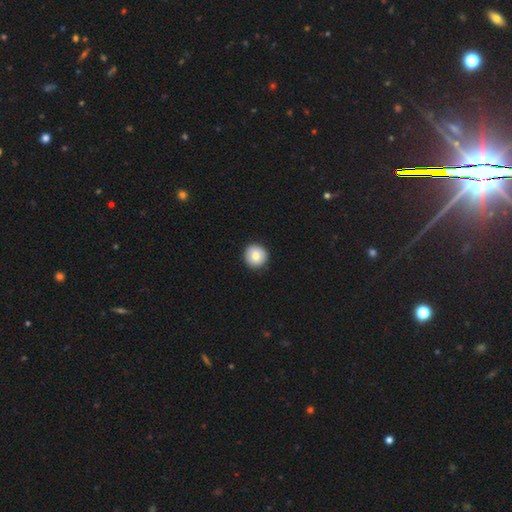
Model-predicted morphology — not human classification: smooth_or_featured: smooth (p=0.79) [alt: featured or disk p=0.14]
how_rounded: round (p=0.95) [alt: in between p=0.04]
merging: none (p=0.92) [alt: minor disturbance p=0.05]